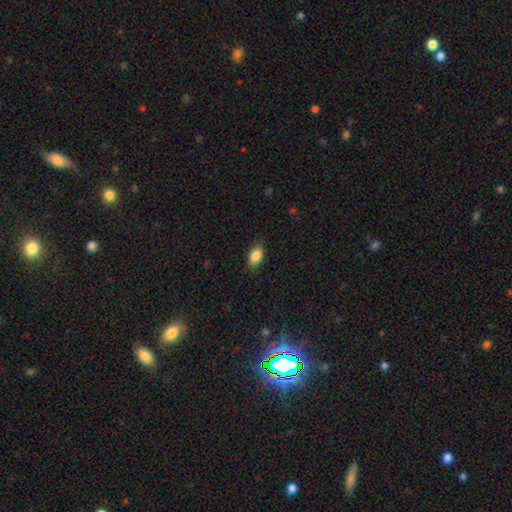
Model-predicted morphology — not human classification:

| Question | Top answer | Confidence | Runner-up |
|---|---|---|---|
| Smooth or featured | smooth | 87% | star or artifact (8%) |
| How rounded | in between | 89% | round (8%) |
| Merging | none | 85% | minor disturbance (12%) |